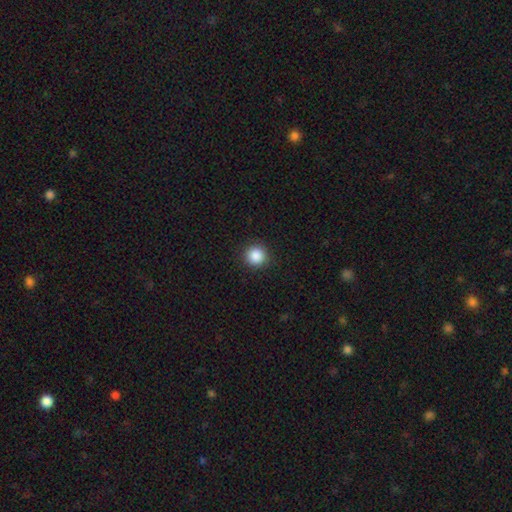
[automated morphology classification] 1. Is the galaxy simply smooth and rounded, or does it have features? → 87% smooth, 10% star or artifact, 3% featured or disk.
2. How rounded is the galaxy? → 94% round, 5% in between, 1% cigar-shaped.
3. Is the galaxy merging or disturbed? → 91% none, 6% minor disturbance, 2% major disturbance, 1% merger.